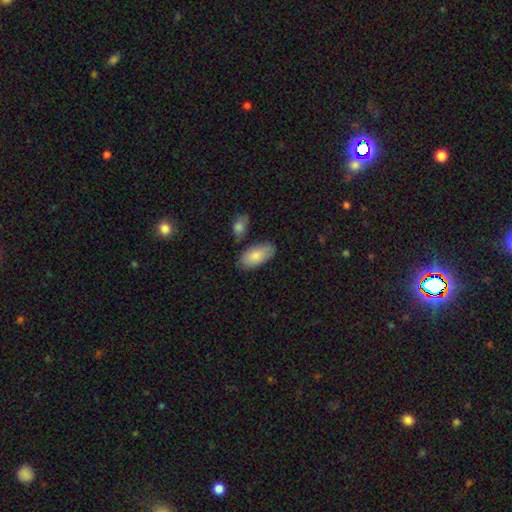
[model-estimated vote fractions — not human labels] This appears to be a smooth galaxy with no disk features (82%) that is in between round and cigar-shaped (94%). Merging: none (73%).